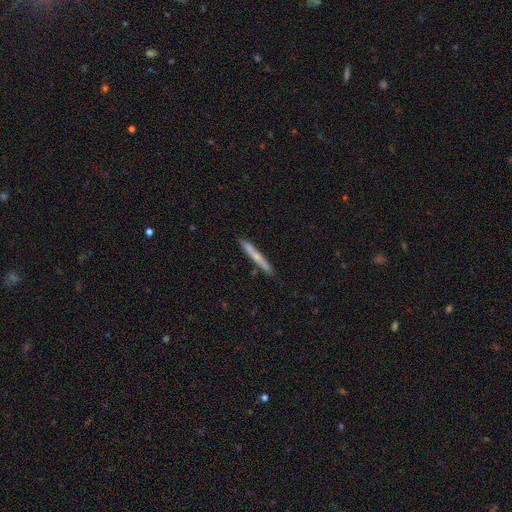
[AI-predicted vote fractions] A smooth galaxy with no disk features (49%). Merging: none (86%).